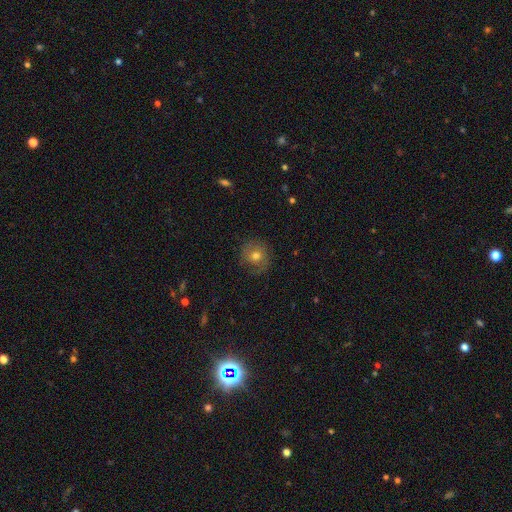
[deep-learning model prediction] Overall: smooth (61%; featured or disk 28%). How rounded: round (87%). Merging: none (76%).